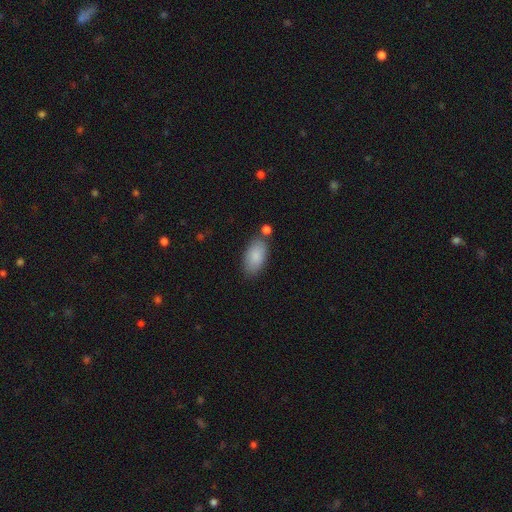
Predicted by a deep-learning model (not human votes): Smooth or featured: smooth — 87% (featured or disk — 7%)
How rounded: in between — 94% (round — 3%)
Merging: none — 74% (minor disturbance — 14%)